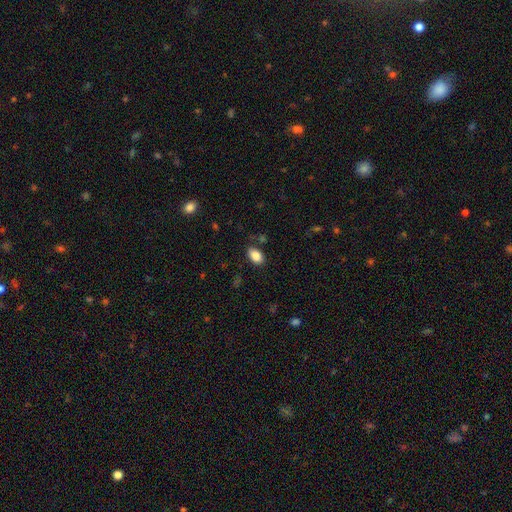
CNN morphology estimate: smooth 87%, star or artifact 8%, featured or disk 5%. Down the decision tree: how rounded — in between (89%); merging — none (83%).